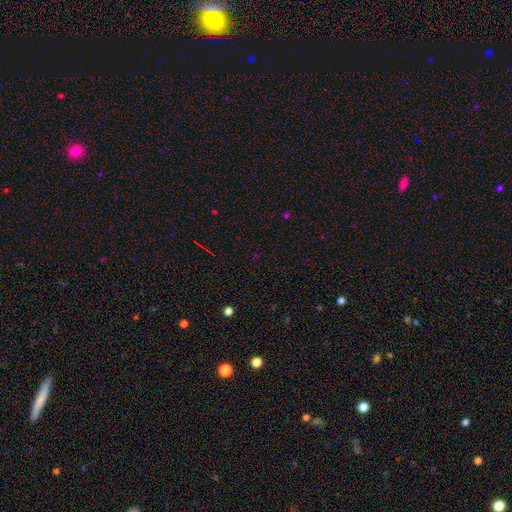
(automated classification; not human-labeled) smooth-or-featured: star or artifact: 69% | smooth: 24% | featured or disk: 8%